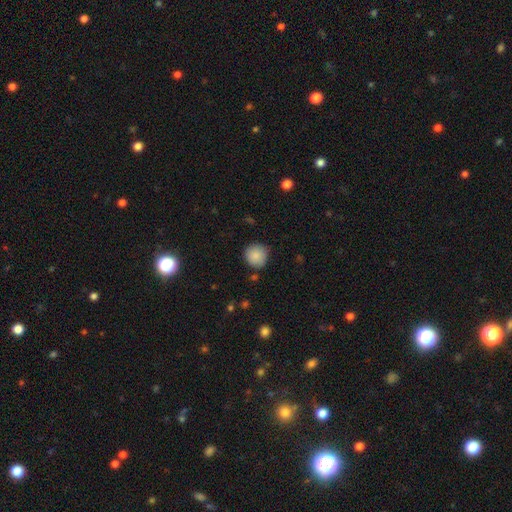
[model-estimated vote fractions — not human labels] The model was most divided on "merging": none: 81%, minor disturbance: 14%, major disturbance: 3%, merger: 2%. More confident: how rounded — round (93%); smooth or featured — smooth (87%).